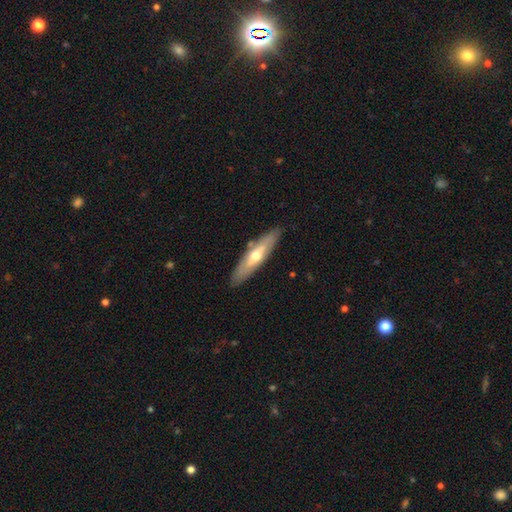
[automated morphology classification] type=featured or disk (53%); edge-on=yes (64%); merging=none (85%).